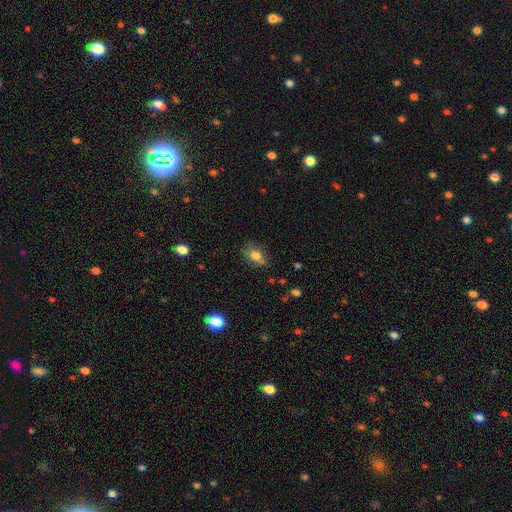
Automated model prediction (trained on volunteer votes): Smooth or featured? Predicted: smooth (p=0.77). How rounded? Predicted: in between (p=0.68). Merging? Predicted: none (p=0.62).